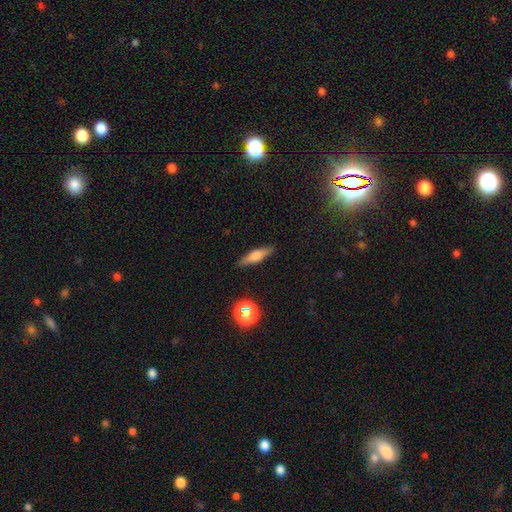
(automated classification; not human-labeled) smooth 56%, featured or disk 34%, star or artifact 9%. Down the decision tree: how rounded — cigar-shaped (65%); merging — none (87%).